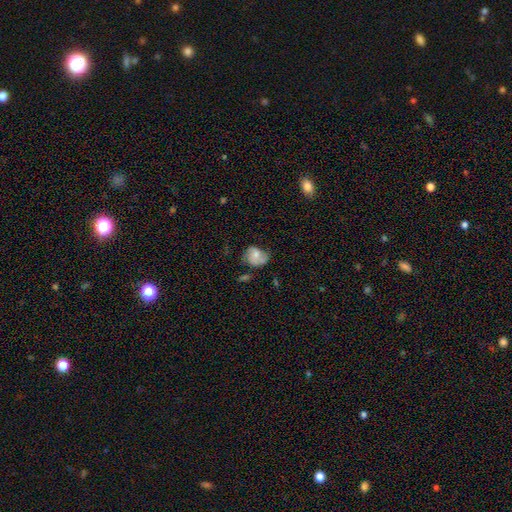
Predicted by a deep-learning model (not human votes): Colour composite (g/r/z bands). It shows a smooth galaxy with no disk features (57%) that is in between round and cigar-shaped (52%). Merging: none (47%).